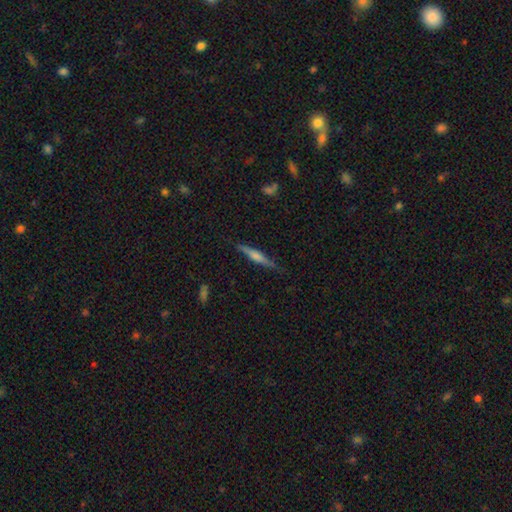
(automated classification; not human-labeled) smooth-or-featured: featured or disk: 65% | smooth: 28% | star or artifact: 7%
  disk-edge-on: yes: 97% | no: 3%
    edge-on-bulge: rounded: 63% | boxy: 23% | none: 15%
  merging: none: 85% | minor disturbance: 11% | major disturbance: 2% | merger: 1%